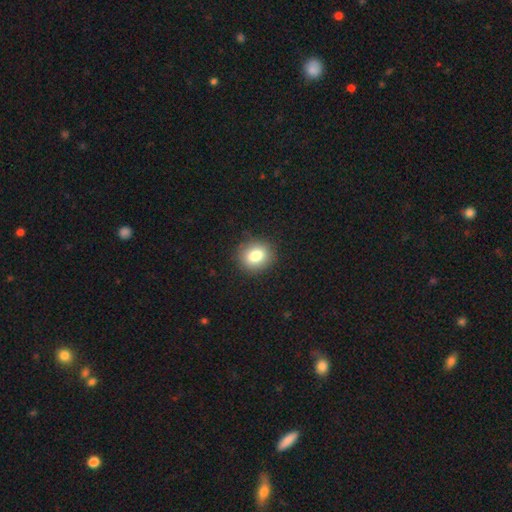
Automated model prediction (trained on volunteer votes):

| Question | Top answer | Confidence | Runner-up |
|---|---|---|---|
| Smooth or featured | smooth | 80% | star or artifact (10%) |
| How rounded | round | 69% | in between (30%) |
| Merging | none | 88% | minor disturbance (8%) |